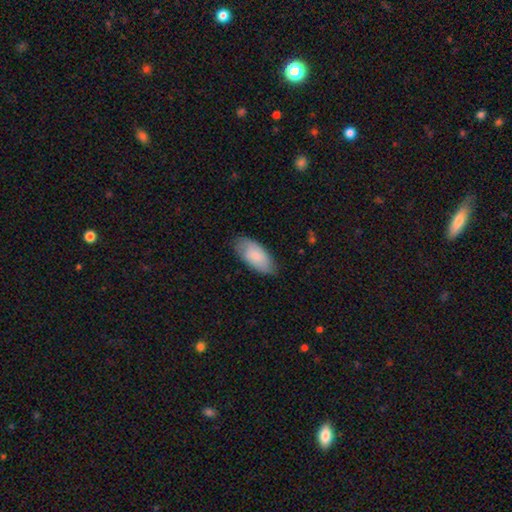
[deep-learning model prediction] Smooth or featured?
  - smooth: 78% *
  - featured or disk: 17%
  - star or artifact: 6%
How rounded?
  - in between: 92% *
  - cigar-shaped: 6%
  - round: 2%
Merging?
  - none: 77% *
  - minor disturbance: 19%
  - major disturbance: 4%
  - merger: 1%